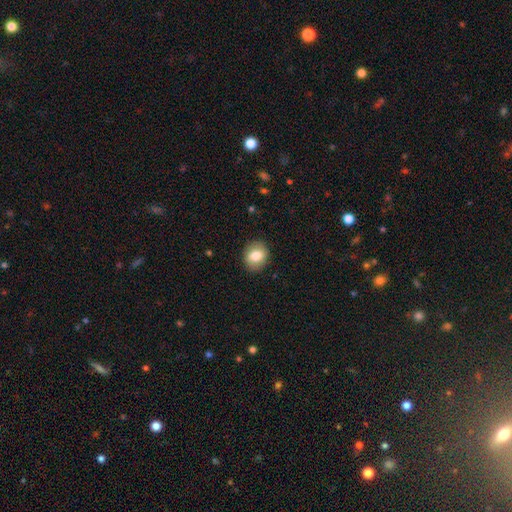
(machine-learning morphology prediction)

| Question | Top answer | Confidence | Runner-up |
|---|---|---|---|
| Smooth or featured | smooth | 78% | featured or disk (14%) |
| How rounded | round | 62% | in between (37%) |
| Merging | none | 88% | minor disturbance (8%) |